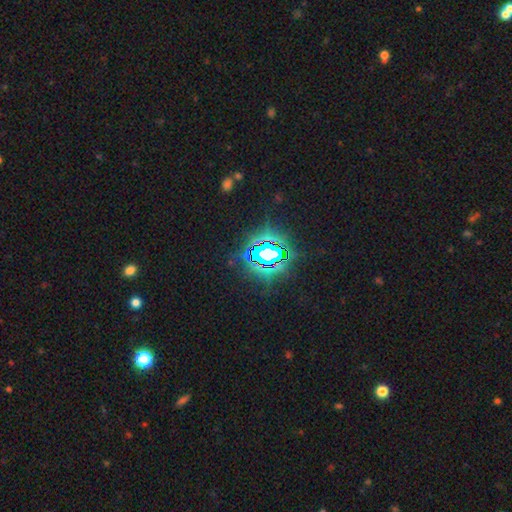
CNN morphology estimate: A star or artifact, not a galaxy (82%).

Vote fractions:
- Smooth or featured? star or artifact: 82% / smooth: 10% / featured or disk: 8%